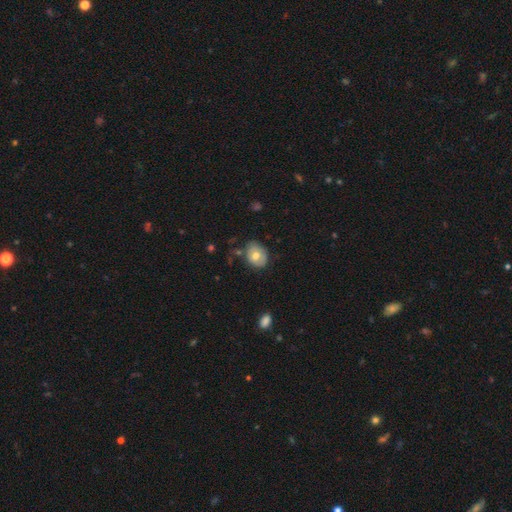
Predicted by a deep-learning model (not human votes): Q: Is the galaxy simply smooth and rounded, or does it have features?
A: smooth — 66%.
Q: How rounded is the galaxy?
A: in between — 61%.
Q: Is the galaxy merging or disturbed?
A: none — 69%.